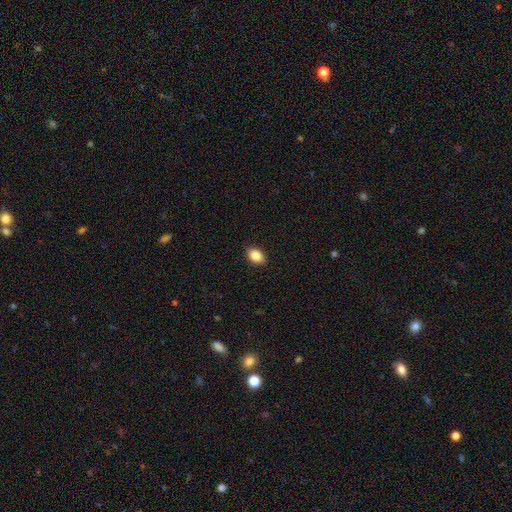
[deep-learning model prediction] This is clearly a smooth galaxy (86%). How rounded: clearly in between (81%). Merging: clearly none (90%).